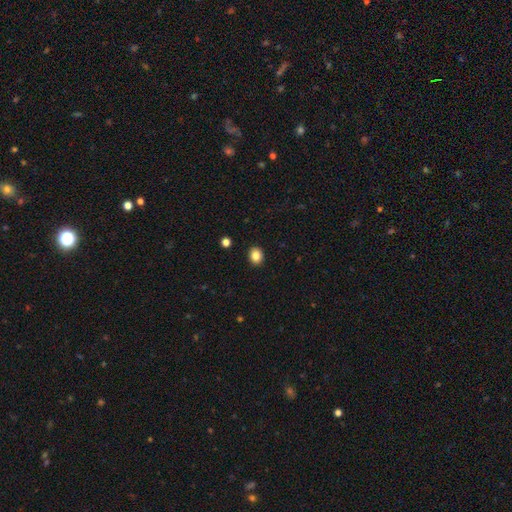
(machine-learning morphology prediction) Smooth or featured: smooth — 85% (star or artifact — 10%)
How rounded: round — 55% (in between — 44%)
Merging: none — 91% (minor disturbance — 6%)